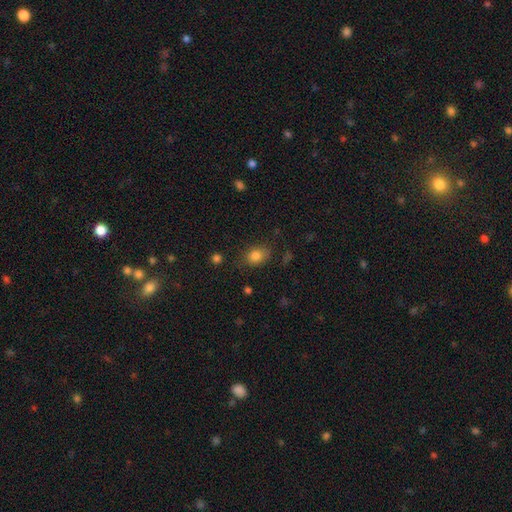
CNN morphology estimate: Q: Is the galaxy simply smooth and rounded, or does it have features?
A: smooth — 83%.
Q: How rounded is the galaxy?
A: in between — 64%.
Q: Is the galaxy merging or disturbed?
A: none — 75%.